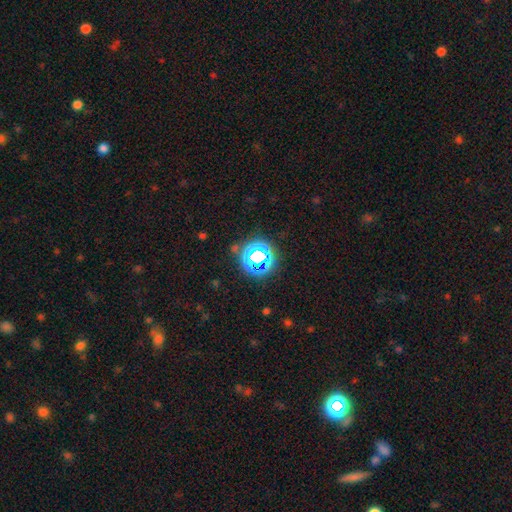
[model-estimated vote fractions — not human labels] smooth-or-featured: star or artifact: 58% | smooth: 29% | featured or disk: 12%